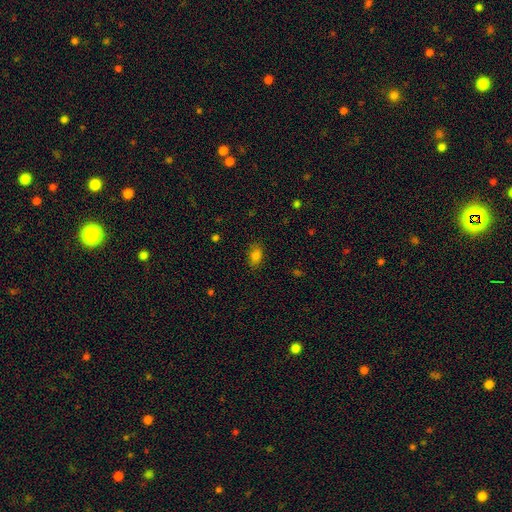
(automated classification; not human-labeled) Overall: smooth (82%). How rounded: in between (86%). Merging: none (84%).